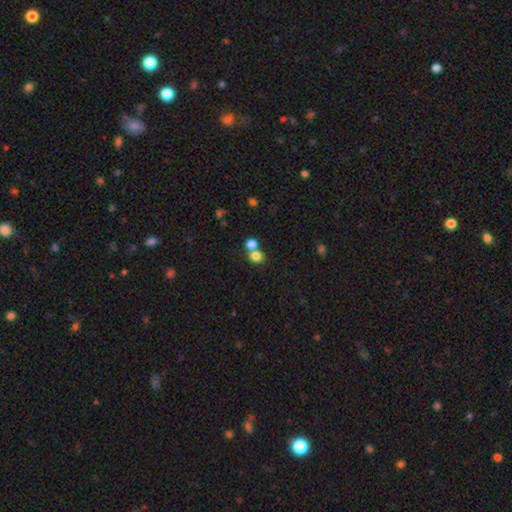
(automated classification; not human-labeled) Smooth or featured? Predicted: smooth (p=0.79). How rounded? Predicted: round (p=0.73). Merging? Predicted: none (p=0.48).